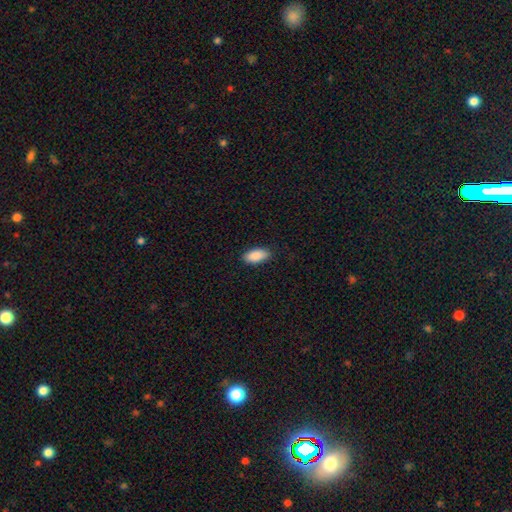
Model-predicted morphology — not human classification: Q: Smooth or featured?
A: smooth (90%); runner-up: star or artifact (6%)
Q: How rounded?
A: in between (92%); runner-up: cigar-shaped (6%)
Q: Merging?
A: none (88%); runner-up: minor disturbance (9%)